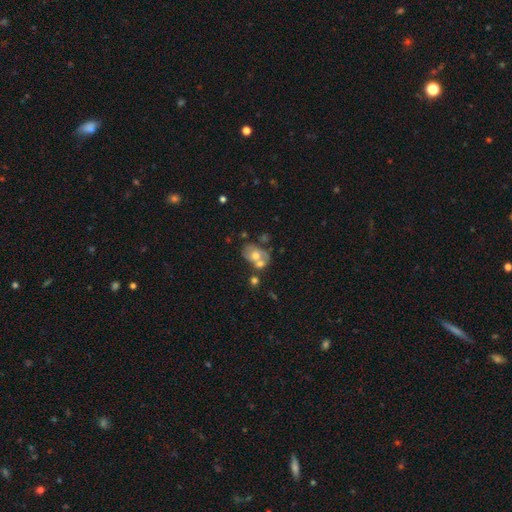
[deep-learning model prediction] A smooth galaxy with no disk features (47%).

Vote fractions:
- Smooth or featured? smooth: 47% / featured or disk: 44% / star or artifact: 9%
- Merging? merger: 47% / none: 30% / minor disturbance: 15% / major disturbance: 8%